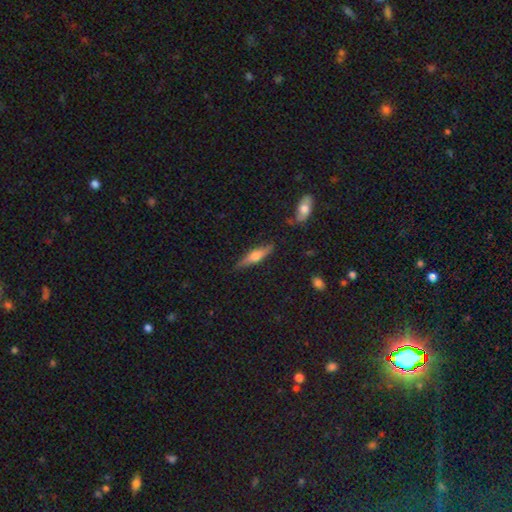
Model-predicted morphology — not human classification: Smooth or featured? Predicted: featured or disk (p=0.55). Edge-on disk? Predicted: yes (p=0.94). Edge-on bulge? Predicted: rounded (p=0.91). Merging? Predicted: none (p=0.84).